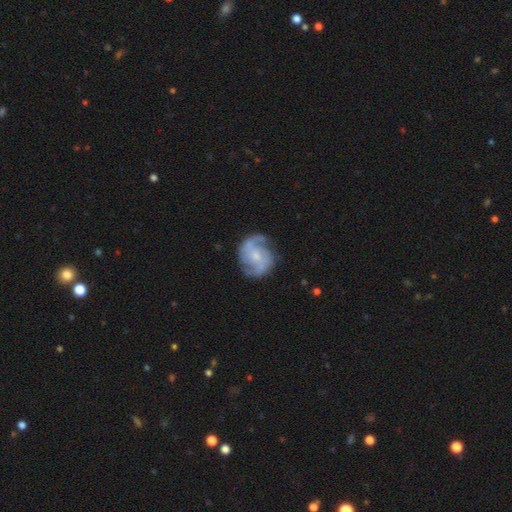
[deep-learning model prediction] Morphology: type=featured or disk (84%); edge-on=no (98%); bar=no (59%); spiral arms=yes (95%); winding=medium (51%); arm count=2 (76%); bulge=small (56%); merging=none (74%).